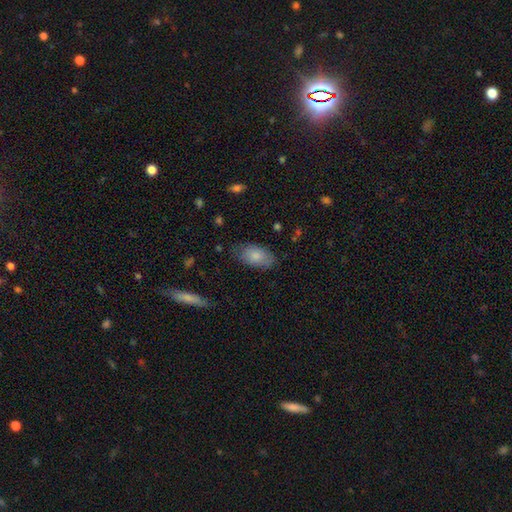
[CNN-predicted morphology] Smooth or featured? smooth (81%)
How rounded? in between (93%)
Merging? none (73%)